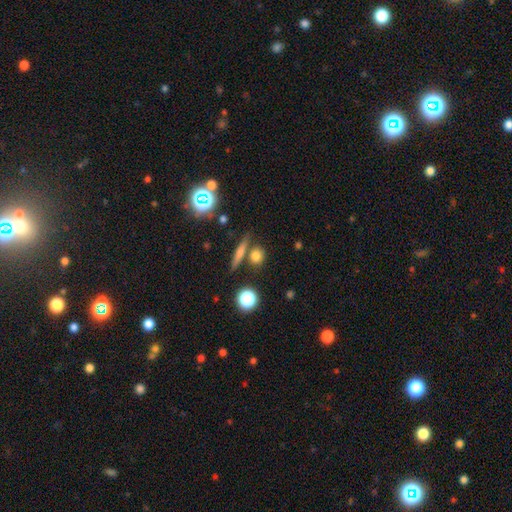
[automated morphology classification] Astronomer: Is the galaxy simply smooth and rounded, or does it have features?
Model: smooth — 75%.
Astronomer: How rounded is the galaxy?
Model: round — 67%.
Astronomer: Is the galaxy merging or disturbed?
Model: none — 71%.